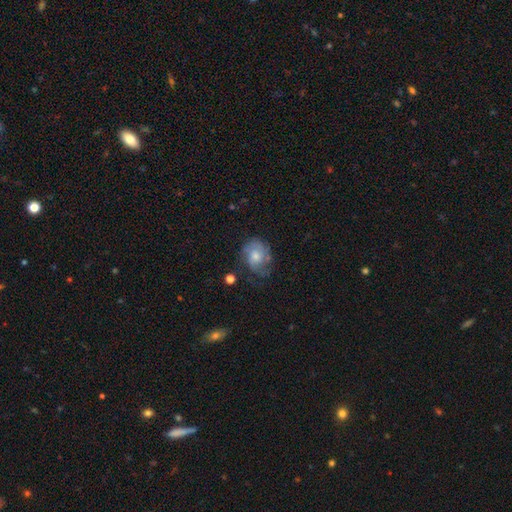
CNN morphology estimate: type=featured or disk (58%); edge-on=no (97%); bar=no (76%); spiral arms=yes (82%); bulge=moderate (48%); merging=none (53%).